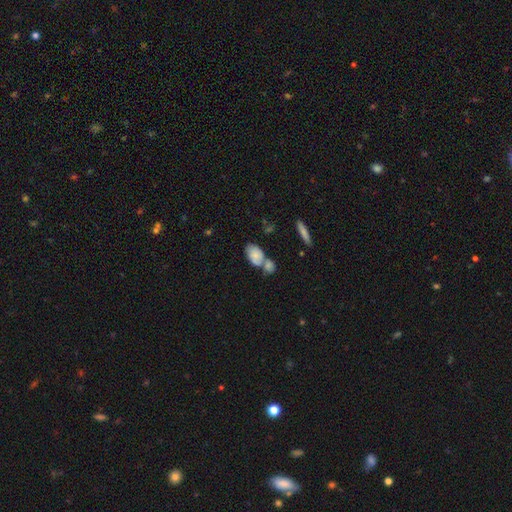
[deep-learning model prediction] Q: Smooth or featured?
A: smooth (70%); runner-up: featured or disk (23%)
Q: How rounded?
A: in between (87%); runner-up: round (9%)
Q: Merging?
A: merger (52%); runner-up: none (32%)